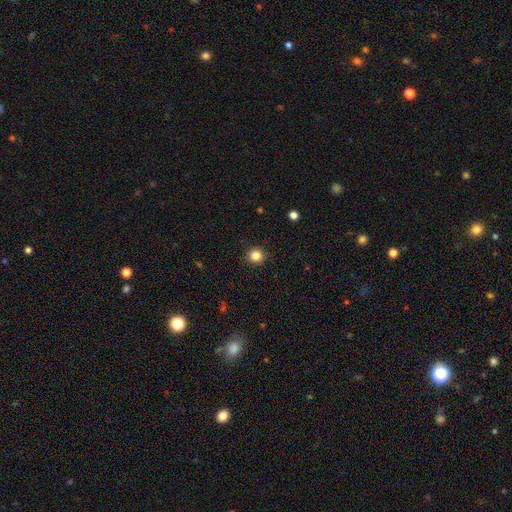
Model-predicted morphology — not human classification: Smooth or featured?
  - smooth: 84% *
  - star or artifact: 12%
  - featured or disk: 4%
How rounded?
  - round: 94% *
  - in between: 5%
  - cigar-shaped: 1%
Merging?
  - none: 92% *
  - minor disturbance: 5%
  - major disturbance: 2%
  - merger: 1%